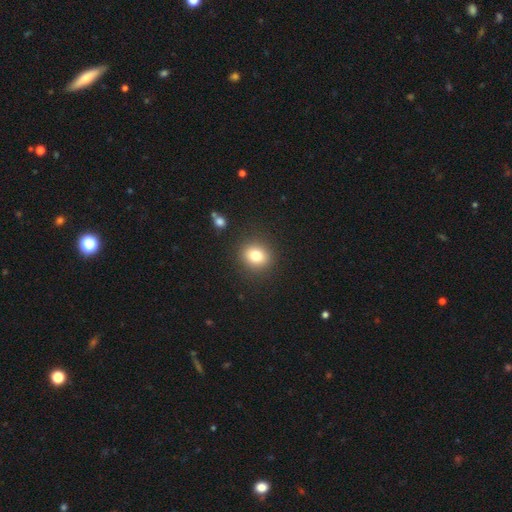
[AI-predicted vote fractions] This appears to be a smooth galaxy with no disk features (79%) that is round (75%). Merging: none (89%).